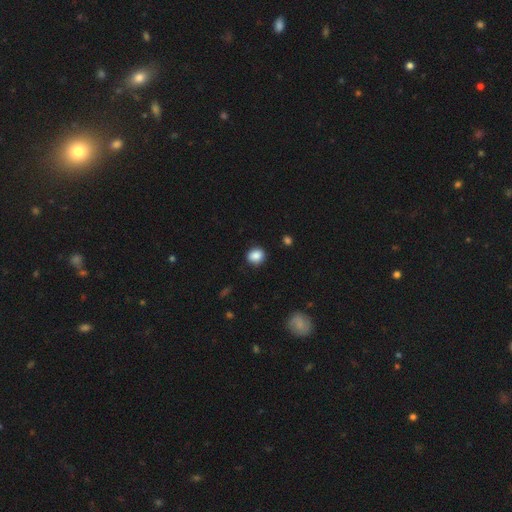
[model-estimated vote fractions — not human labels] A smooth galaxy with no disk features (87%) that is round (72%).

Vote fractions:
- Smooth or featured? smooth: 87% / star or artifact: 9% / featured or disk: 4%
- How rounded? round: 72% / in between: 27% / cigar-shaped: 1%
- Merging? none: 86% / minor disturbance: 10% / major disturbance: 3% / merger: 1%